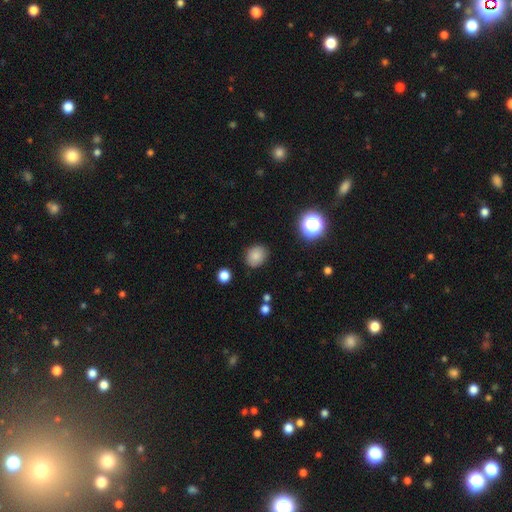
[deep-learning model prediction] smooth-or-featured: smooth: 82% | star or artifact: 12% | featured or disk: 6%
  how-rounded: round: 67% | in between: 32% | cigar-shaped: 1%
  merging: none: 86% | minor disturbance: 10% | major disturbance: 3% | merger: 2%